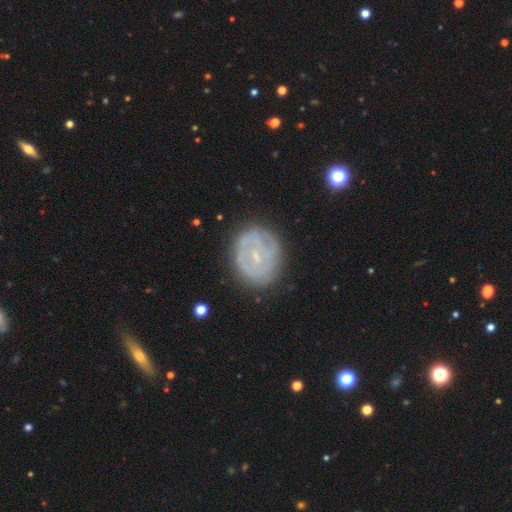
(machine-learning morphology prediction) Overall: featured or disk (71%). Edge-on disk: no (97%). Bar: no (49%; weak 40%). Spiral arms: yes (79%). Spiral arm count: can't tell (38%; 2 37%). Spiral winding: tight (65%; medium 26%). Bulge size: small (76%). Merging: none (79%).